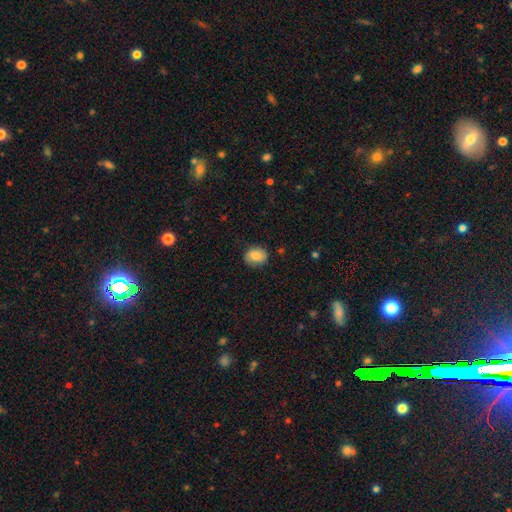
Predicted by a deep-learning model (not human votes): The model was most divided on "how rounded": round: 51%, in between: 48%, cigar-shaped: 1%. More confident: smooth or featured — smooth (82%); merging — none (80%).